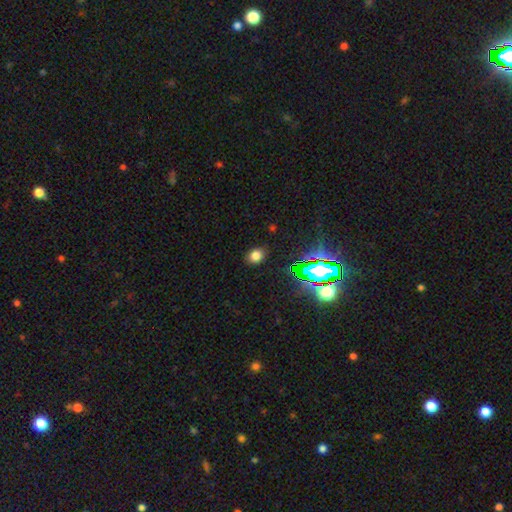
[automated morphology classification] smooth-or-featured: smooth: 72% | star or artifact: 21% | featured or disk: 7%
  how-rounded: in between: 56% | round: 43% | cigar-shaped: 1%
  merging: none: 86% | minor disturbance: 10% | major disturbance: 3% | merger: 1%